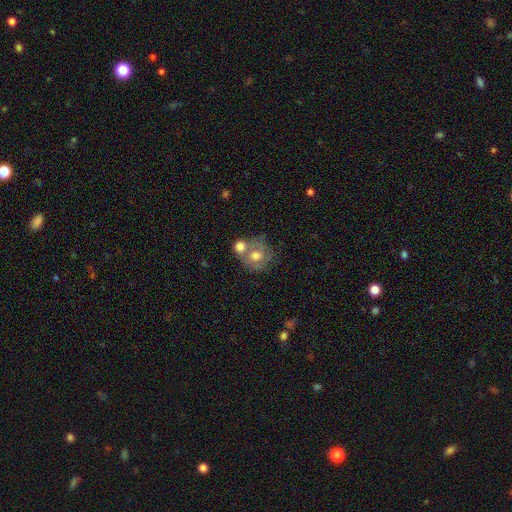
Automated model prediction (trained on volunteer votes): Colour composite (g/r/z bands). It shows a smooth galaxy with no disk features (55%) that is round (77%). Merging: merger (47%).